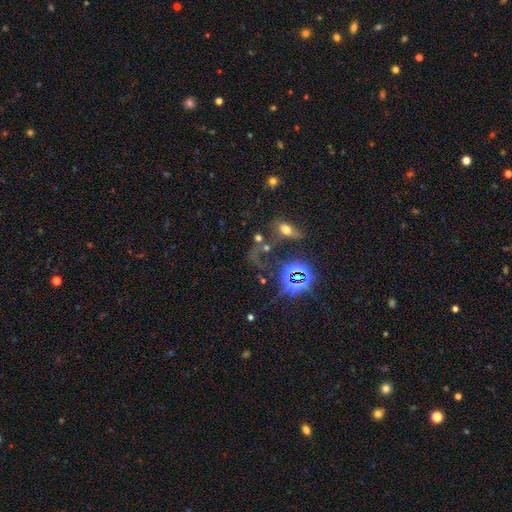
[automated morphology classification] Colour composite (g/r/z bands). It shows a star or artifact, not a galaxy (48%).